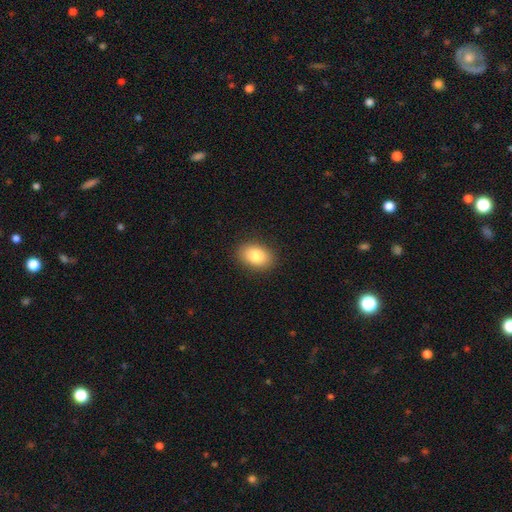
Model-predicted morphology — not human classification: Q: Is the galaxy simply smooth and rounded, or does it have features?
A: smooth — 83%.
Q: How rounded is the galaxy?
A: in between — 81%.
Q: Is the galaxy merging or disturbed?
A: none — 89%.